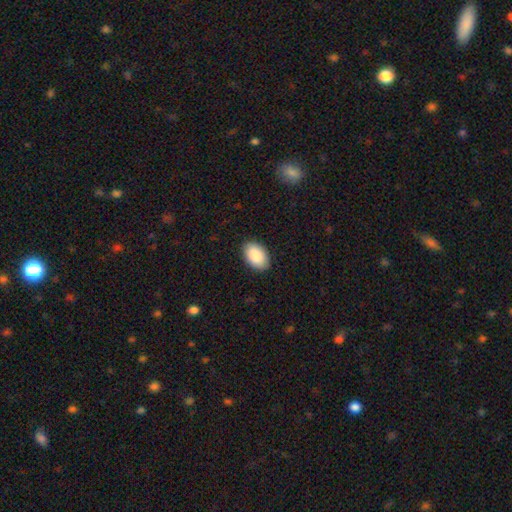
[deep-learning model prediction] A smooth galaxy with no disk features (90%) that is in between round and cigar-shaped (92%).

Vote fractions:
- Smooth or featured? smooth: 90% / star or artifact: 6% / featured or disk: 4%
- How rounded? in between: 92% / round: 7% / cigar-shaped: 1%
- Merging? none: 89% / minor disturbance: 8% / major disturbance: 2% / merger: 1%